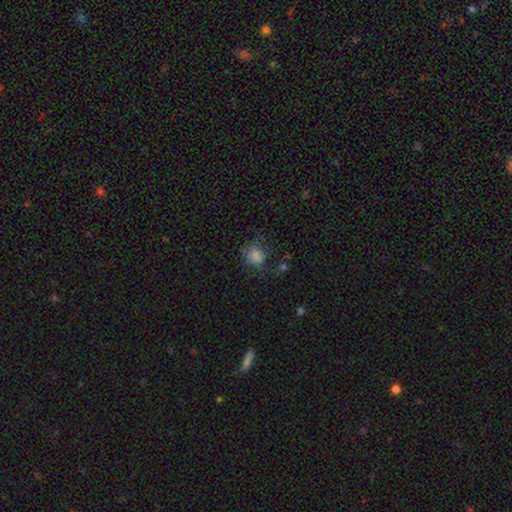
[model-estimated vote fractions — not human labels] Smooth or featured?
  - smooth: 71% *
  - star or artifact: 15%
  - featured or disk: 14%
How rounded?
  - round: 61% *
  - in between: 38%
  - cigar-shaped: 1%
Merging?
  - none: 52% *
  - minor disturbance: 24%
  - major disturbance: 20%
  - merger: 3%